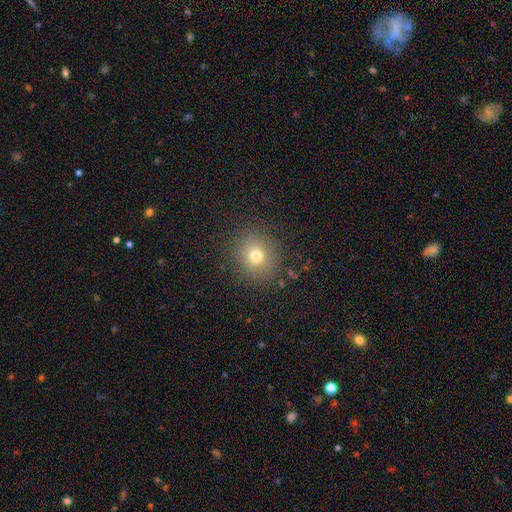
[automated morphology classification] Smooth or featured? smooth (73%)
How rounded? round (85%)
Merging? none (87%)